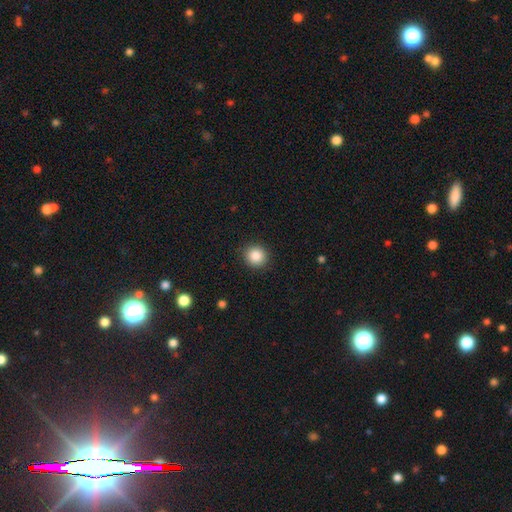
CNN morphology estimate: This is clearly a smooth galaxy (87%). How rounded: clearly round (91%). Merging: clearly none (91%).